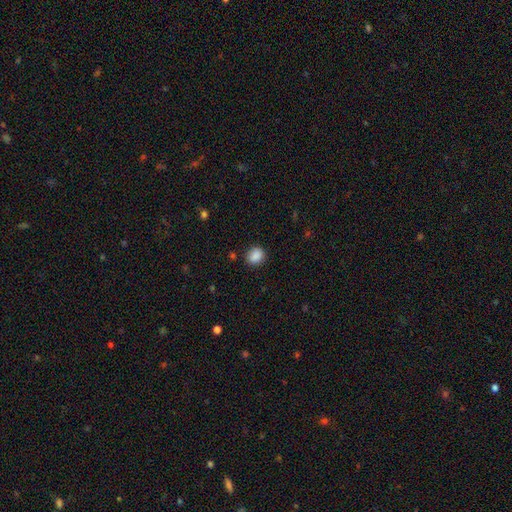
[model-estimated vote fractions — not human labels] This appears to be a smooth galaxy with no disk features (88%) that is round (62%). Merging: none (84%).